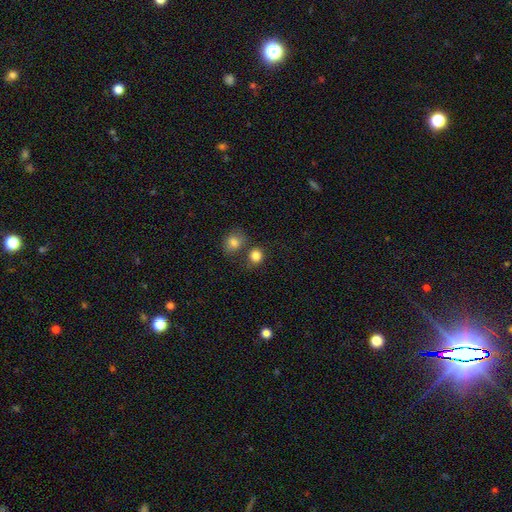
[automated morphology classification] Q: Smooth or featured?
A: smooth (83%); runner-up: star or artifact (11%)
Q: How rounded?
A: round (77%); runner-up: in between (22%)
Q: Merging?
A: none (63%); runner-up: merger (22%)